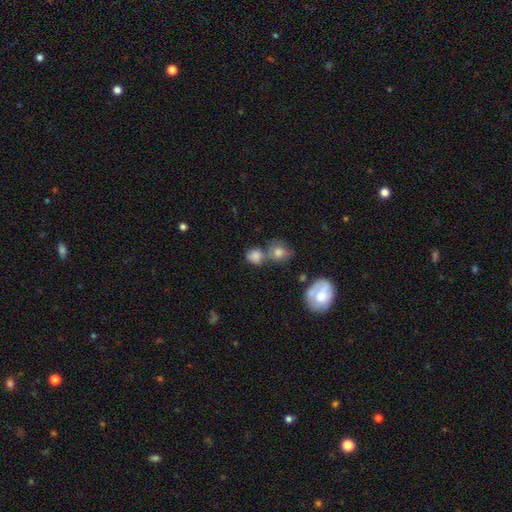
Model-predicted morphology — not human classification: Overall: smooth (78%). How rounded: round (69%; in between 29%). Merging: none (43%; merger 38%).